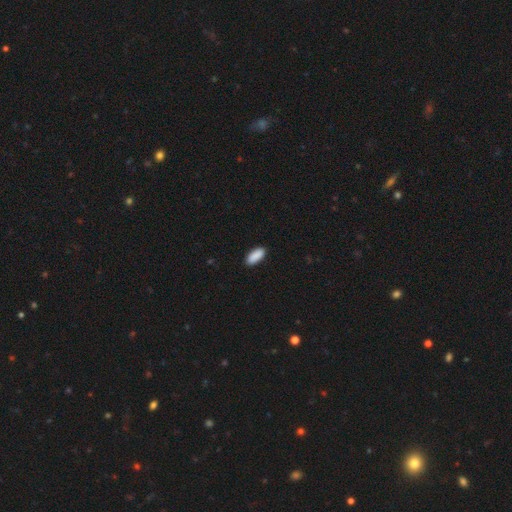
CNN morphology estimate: smooth_or_featured: smooth (p=0.91) [alt: star or artifact p=0.06]
how_rounded: in between (p=0.84) [alt: cigar-shaped p=0.15]
merging: none (p=0.90) [alt: minor disturbance p=0.08]